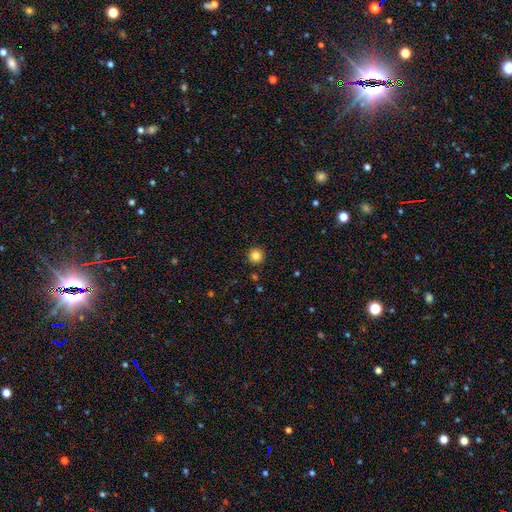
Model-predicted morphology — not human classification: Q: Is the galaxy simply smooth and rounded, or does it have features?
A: smooth — 85%.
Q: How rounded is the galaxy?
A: round — 96%.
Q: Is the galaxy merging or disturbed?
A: none — 92%.